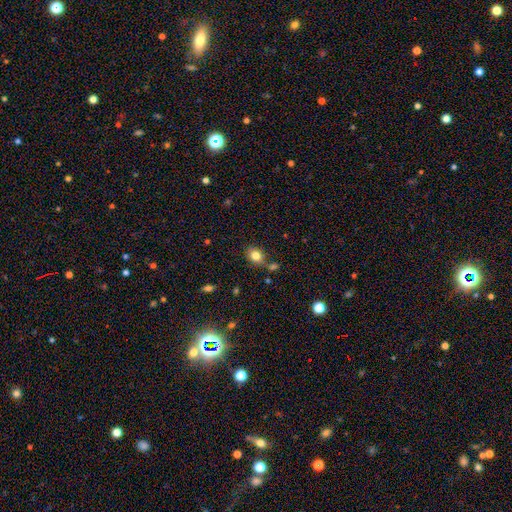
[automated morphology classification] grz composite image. It shows a smooth galaxy with no disk features (81%) that is in between round and cigar-shaped (52%). Merging: none (67%).